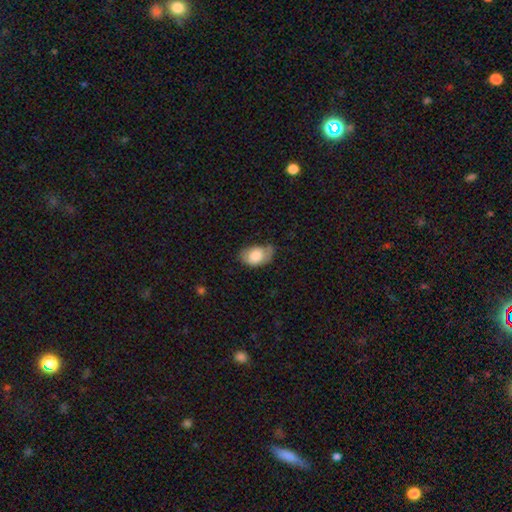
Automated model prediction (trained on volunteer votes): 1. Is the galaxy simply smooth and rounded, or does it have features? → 76% smooth, 17% featured or disk, 7% star or artifact.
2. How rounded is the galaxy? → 88% in between, 11% round, 1% cigar-shaped.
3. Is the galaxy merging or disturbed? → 43% none, 40% minor disturbance, 15% major disturbance, 3% merger.